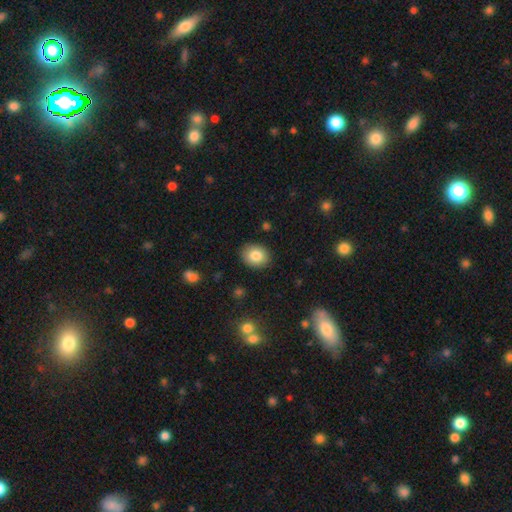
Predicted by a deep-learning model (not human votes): A smooth galaxy with no disk features (83%) that is round (52%).

Vote fractions:
- Smooth or featured? smooth: 83% / star or artifact: 8% / featured or disk: 8%
- How rounded? round: 52% / in between: 47% / cigar-shaped: 1%
- Merging? none: 89% / minor disturbance: 8% / major disturbance: 2% / merger: 1%